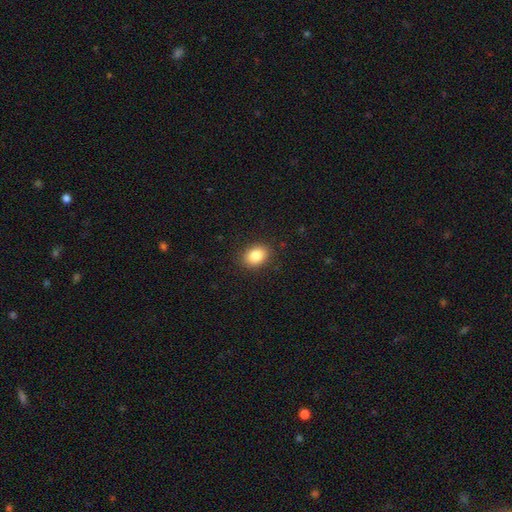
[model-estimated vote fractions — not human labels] A smooth galaxy with no disk features (85%) that is in between round and cigar-shaped (68%). Merging: none (88%).